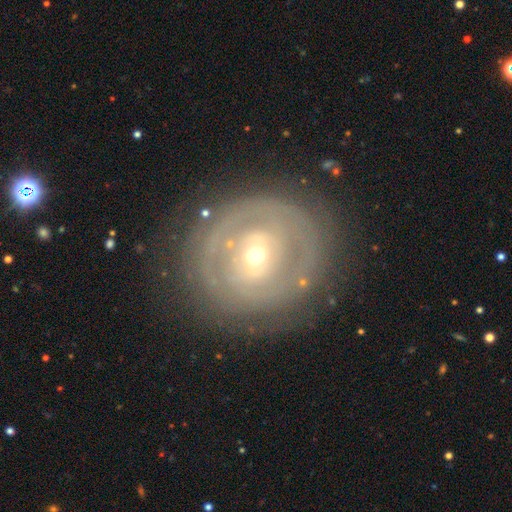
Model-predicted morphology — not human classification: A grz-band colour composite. It shows a featured or disk galaxy (69%) with no bar (58%), no spiral arms (58%) and a small central bulge (50%). Merging: none (76%).